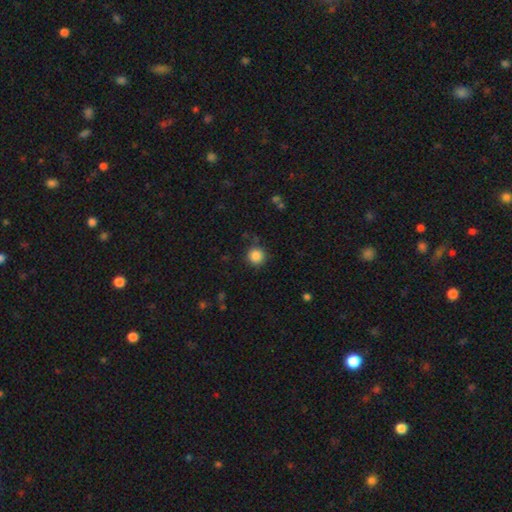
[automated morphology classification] smooth 86%, star or artifact 10%, featured or disk 3%. Down the decision tree: how rounded — round (94%); merging — none (86%).